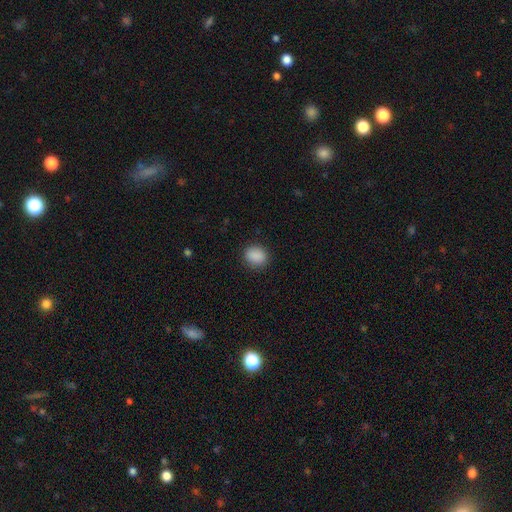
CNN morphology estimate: A smooth galaxy with no disk features (89%) that is round (60%). Merging: none (88%).